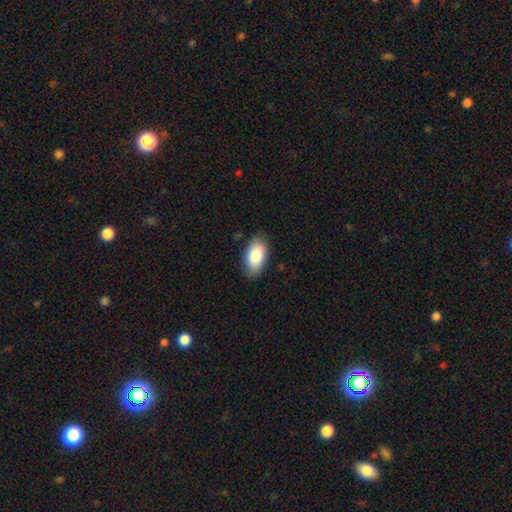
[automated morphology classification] Overall: smooth (85%). How rounded: in between (95%). Merging: none (83%).